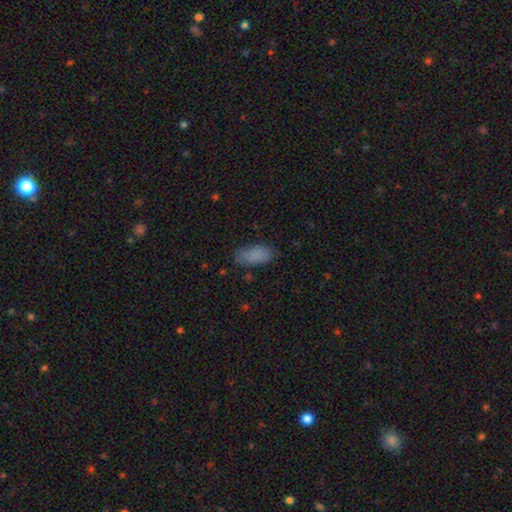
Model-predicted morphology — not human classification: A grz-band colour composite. It shows a smooth galaxy with no disk features (86%) that is in between round and cigar-shaped (87%). Merging: none (78%).